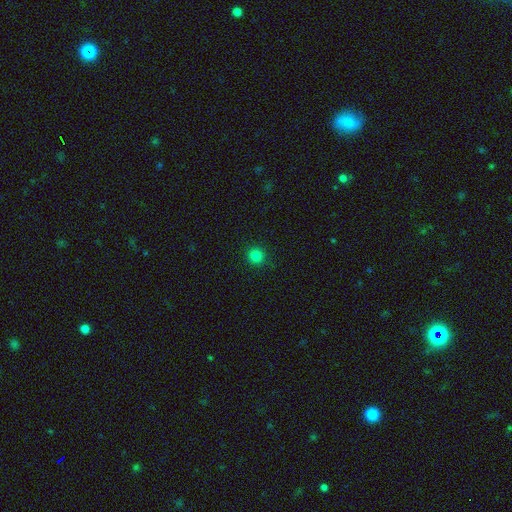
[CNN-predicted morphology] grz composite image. It shows a smooth galaxy with no disk features (83%) that is round (94%). Merging: none (92%).